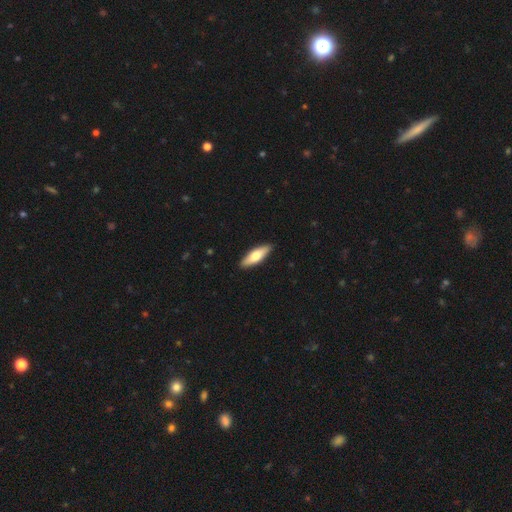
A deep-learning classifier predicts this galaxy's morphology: Smooth or featured?
  - smooth: 69% *
  - featured or disk: 26%
  - star or artifact: 5%
How rounded?
  - in between: 49% * (tied)
  - cigar-shaped: 49% * (tied)
  - round: 2%
Merging?
  - none: 90% *
  - minor disturbance: 7%
  - major disturbance: 1%
  - merger: 1%